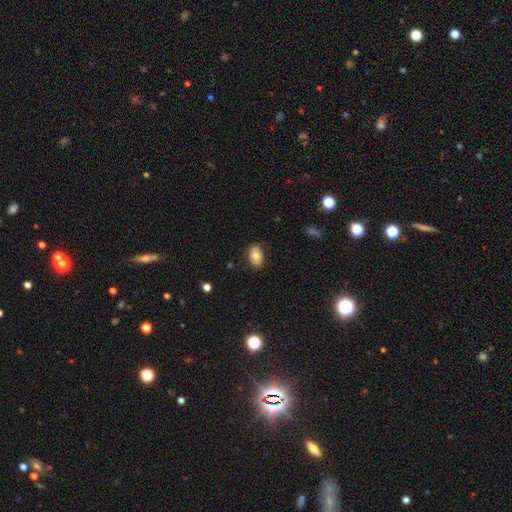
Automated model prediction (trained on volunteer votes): This is likely a smooth galaxy (77%). How rounded: clearly in between (85%). Merging: likely none (79%).